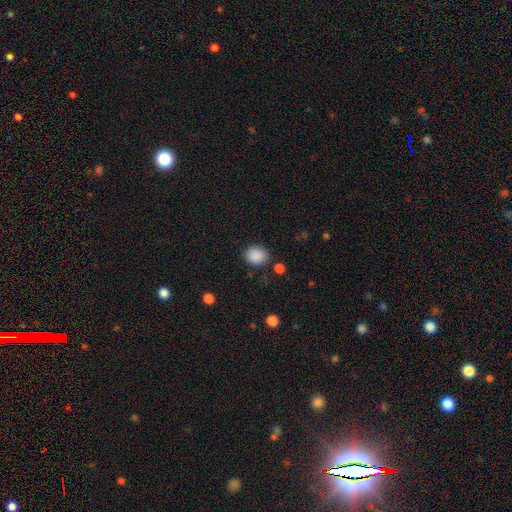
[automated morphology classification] This is clearly a smooth galaxy (88%). How rounded: likely round (60%). Merging: clearly none (81%).